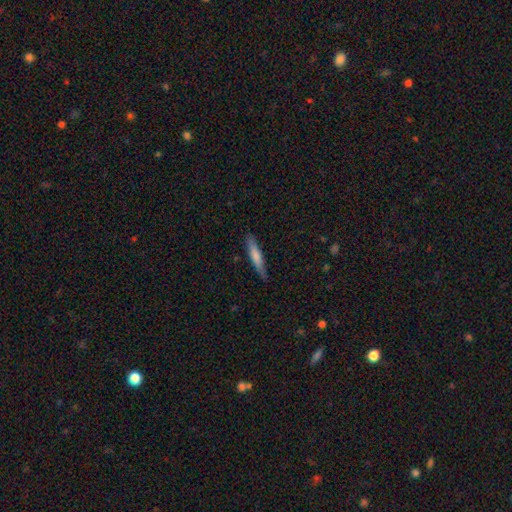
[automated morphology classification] Smooth or featured?
  - smooth: 67% *
  - featured or disk: 27%
  - star or artifact: 6%
How rounded?
  - cigar-shaped: 91% *
  - in between: 8%
  - round: 1%
Merging?
  - none: 83% *
  - minor disturbance: 13%
  - major disturbance: 2%
  - merger: 1%